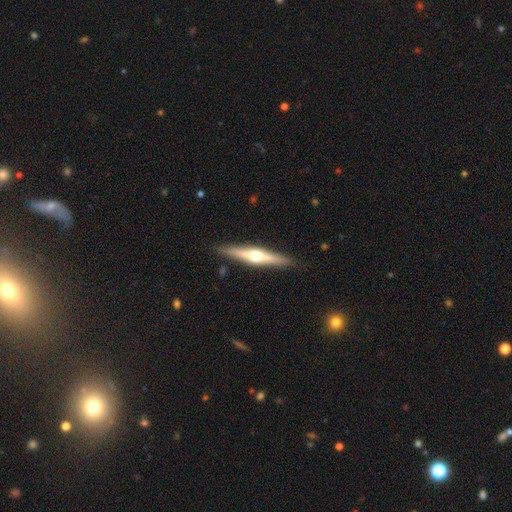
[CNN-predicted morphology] Smooth or featured? Predicted: featured or disk (p=0.67). Edge-on disk? Predicted: yes (p=0.96). Edge-on bulge? Predicted: rounded (p=0.93). Merging? Predicted: none (p=0.90).